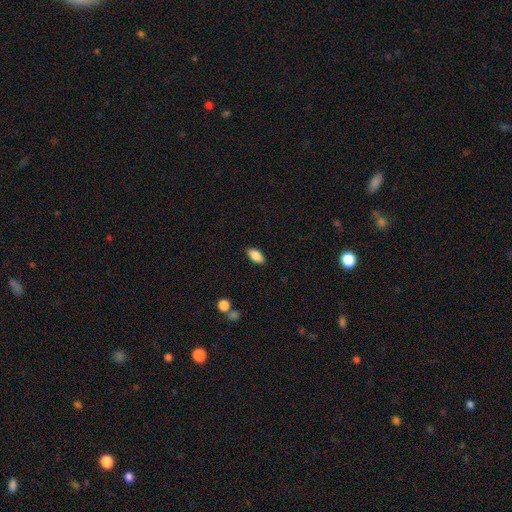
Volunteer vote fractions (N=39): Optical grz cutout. It shows a smooth galaxy with no disk features (87%) that is in between round and cigar-shaped (94%). Merging: none (84%).